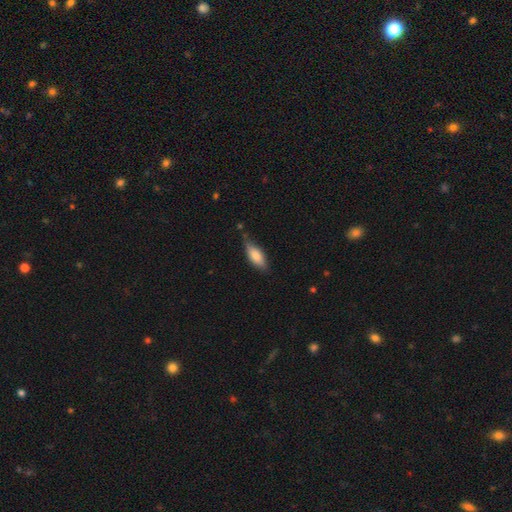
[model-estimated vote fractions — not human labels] A smooth galaxy with no disk features (79%) that is in between round and cigar-shaped (75%).

Vote fractions:
- Smooth or featured? smooth: 79% / featured or disk: 15% / star or artifact: 6%
- How rounded? in between: 75% / cigar-shaped: 23% / round: 2%
- Merging? none: 62% / minor disturbance: 30% / major disturbance: 5% / merger: 3%